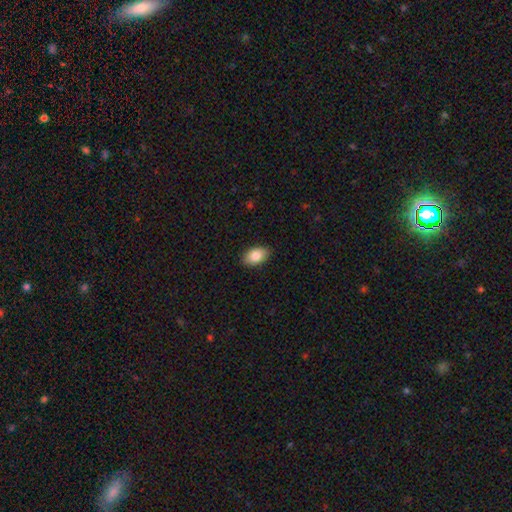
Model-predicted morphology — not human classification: The model was most divided on "smooth or featured": smooth: 84%, featured or disk: 9%, star or artifact: 7%. More confident: how rounded — in between (91%); merging — none (89%).